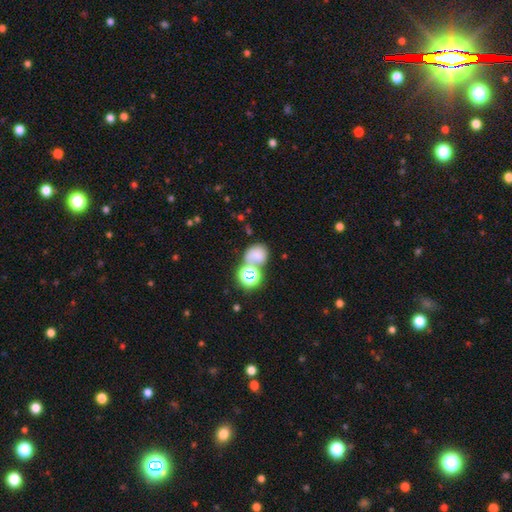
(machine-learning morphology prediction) Overall: smooth (67%). How rounded: round (62%; in between 37%). Merging: merger (45%; none 34%).